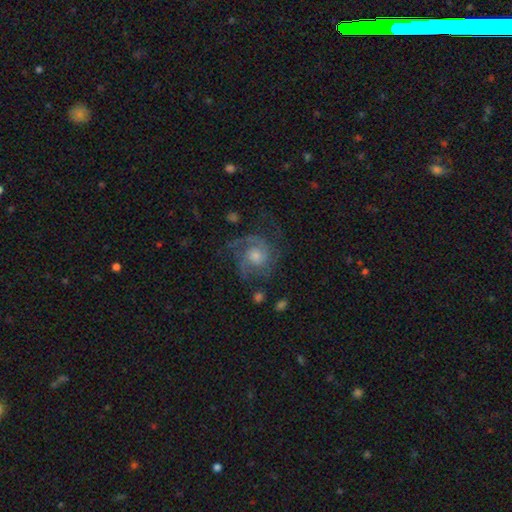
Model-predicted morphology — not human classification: Smooth or featured? Predicted: featured or disk (p=0.82). Edge-on disk? Predicted: no (p=0.98). Bar? Predicted: no (p=0.71). Spiral arms? Predicted: yes (p=0.96). Spiral winding? Predicted: medium (p=0.46). Spiral arm count? Predicted: 2 (p=0.41). Bulge size? Predicted: moderate (p=0.56). Merging? Predicted: none (p=0.66).